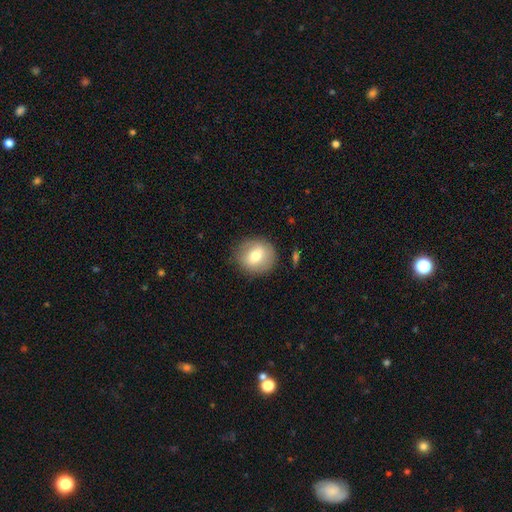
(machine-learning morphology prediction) Overall: smooth (68%). How rounded: round (82%). Merging: none (83%).